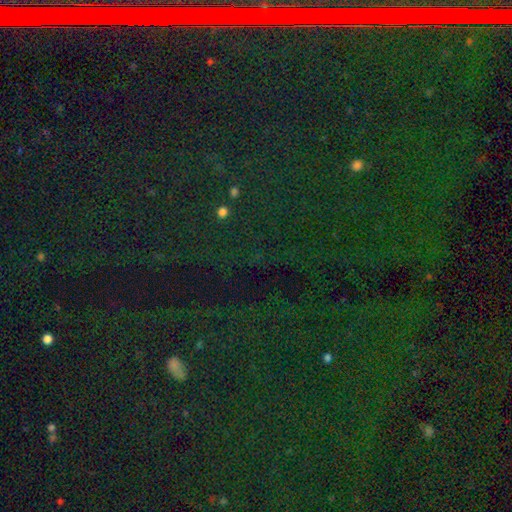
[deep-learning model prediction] Overall: star or artifact (81%).